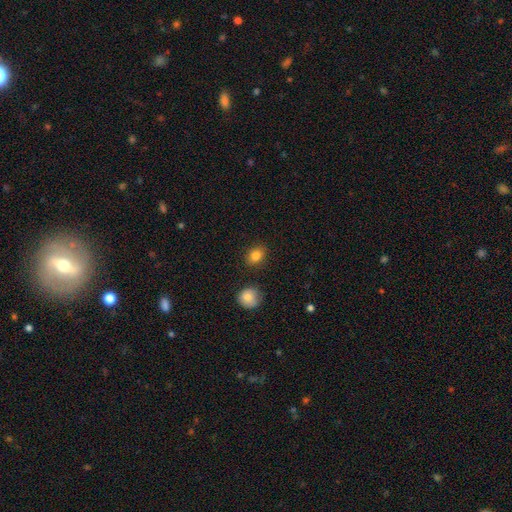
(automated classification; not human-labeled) Smooth or featured?
  - smooth: 84% *
  - star or artifact: 10%
  - featured or disk: 6%
How rounded?
  - in between: 57% *
  - round: 42%
  - cigar-shaped: 1%
Merging?
  - none: 86% *
  - minor disturbance: 9%
  - merger: 3%
  - major disturbance: 2%